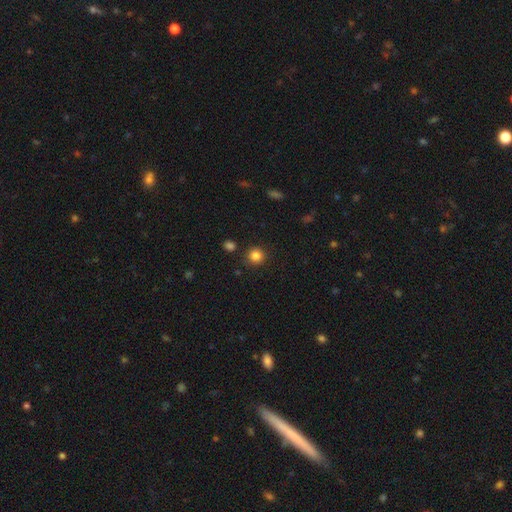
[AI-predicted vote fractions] smooth 84%, star or artifact 12%, featured or disk 4%. Down the decision tree: how rounded — round (93%); merging — none (88%).